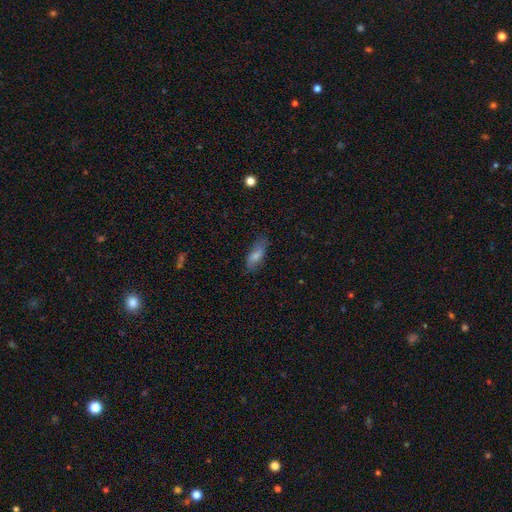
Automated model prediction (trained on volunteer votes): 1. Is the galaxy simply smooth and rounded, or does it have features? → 74% smooth, 18% featured or disk, 7% star or artifact.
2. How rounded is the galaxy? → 71% in between, 26% cigar-shaped, 3% round.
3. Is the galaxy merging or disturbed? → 71% none, 21% minor disturbance, 6% major disturbance, 2% merger.